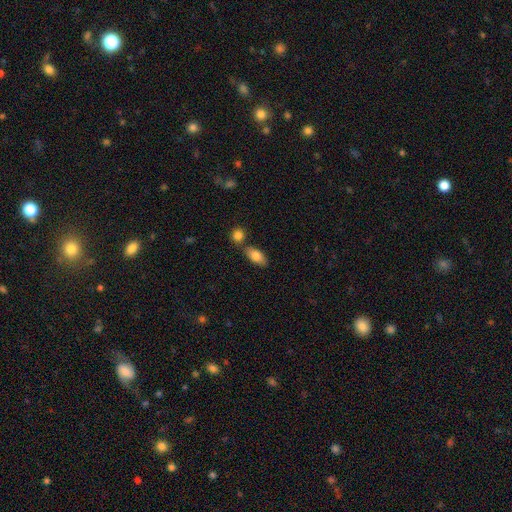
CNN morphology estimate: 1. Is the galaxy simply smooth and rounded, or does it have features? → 82% smooth, 11% featured or disk, 7% star or artifact.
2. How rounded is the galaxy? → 88% in between, 8% cigar-shaped, 5% round.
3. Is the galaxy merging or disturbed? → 65% none, 20% merger, 11% minor disturbance, 3% major disturbance.